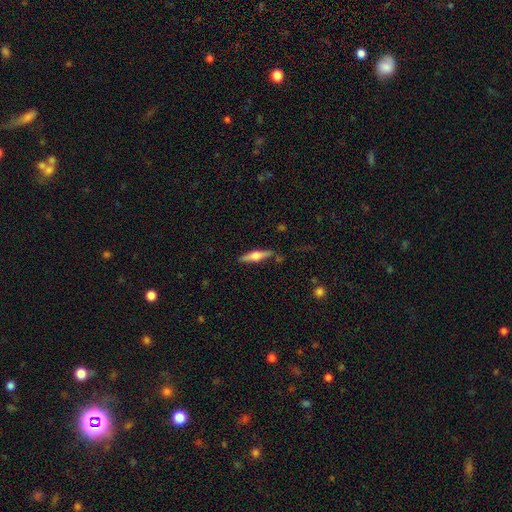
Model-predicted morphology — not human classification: A featured or disk galaxy (50%) viewed edge-on (95%).

Vote fractions:
- Smooth or featured? featured or disk: 50% / smooth: 44% / star or artifact: 6%
- Edge-on disk? yes: 95% / no: 5%
- Merging? none: 82% / minor disturbance: 12% / merger: 3% / major disturbance: 3%